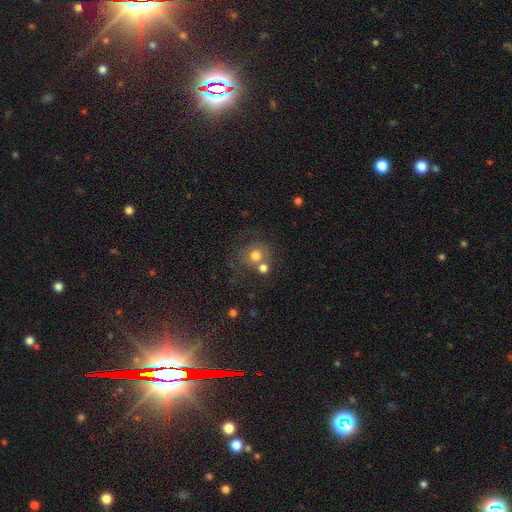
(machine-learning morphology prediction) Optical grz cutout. It shows a smooth galaxy with no disk features (70%) that is round (83%). Merging: none (49%).